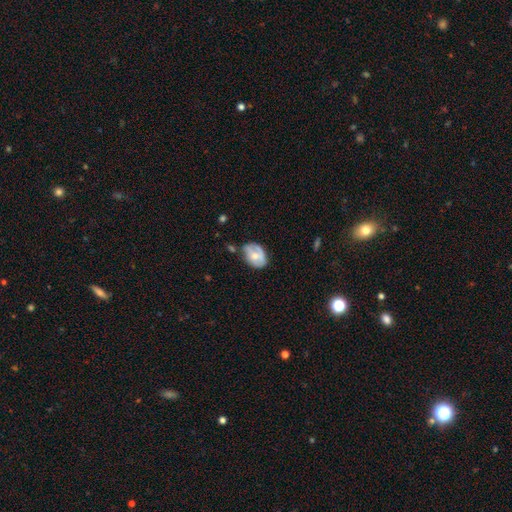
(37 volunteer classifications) Smooth or featured?
  - smooth: 59% *
  - featured or disk: 35%
  - star or artifact: 5%
How rounded?
  - in between: 91% *
  - round: 9%
  - cigar-shaped: 0%
Merging?
  - none: 51% *
  - minor disturbance: 37%
  - merger: 9%
  - major disturbance: 3%